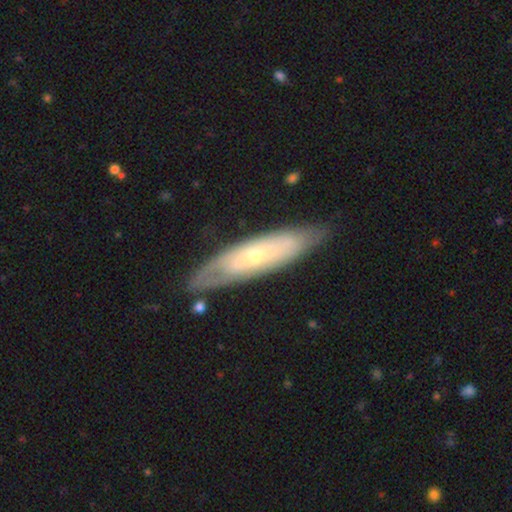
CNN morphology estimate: Overall: featured or disk (60%; smooth 34%). Edge-on disk: no (62%; yes 38%). Merging: none (78%).